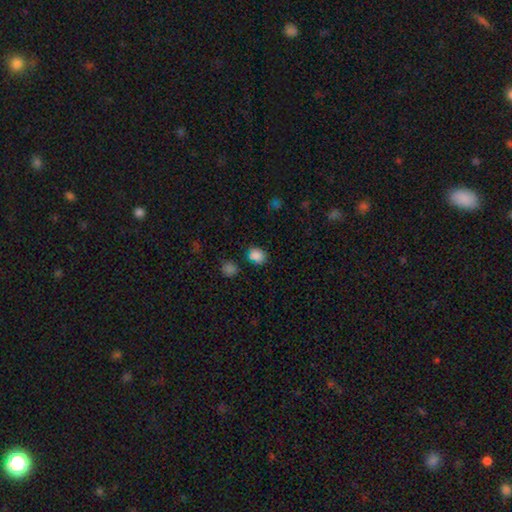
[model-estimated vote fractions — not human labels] Smooth or featured: smooth — 81% (star or artifact — 16%)
How rounded: round — 56% (in between — 43%)
Merging: none — 79% (minor disturbance — 12%)